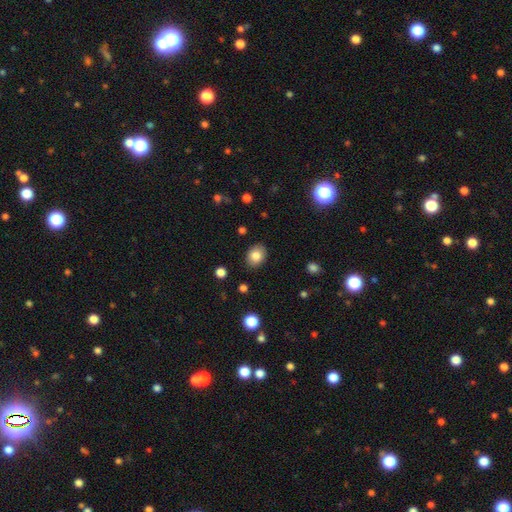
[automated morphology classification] A smooth galaxy with no disk features (83%) that is in between round and cigar-shaped (59%). Merging: none (87%).